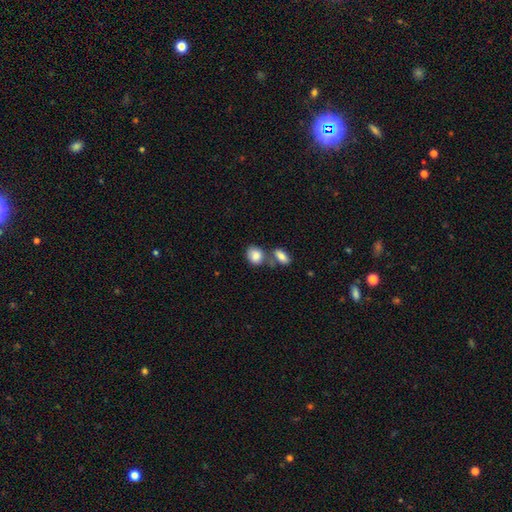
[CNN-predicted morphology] Smooth or featured? Predicted: smooth (p=0.84). How rounded? Predicted: in between (p=0.62). Merging? Predicted: none (p=0.44).